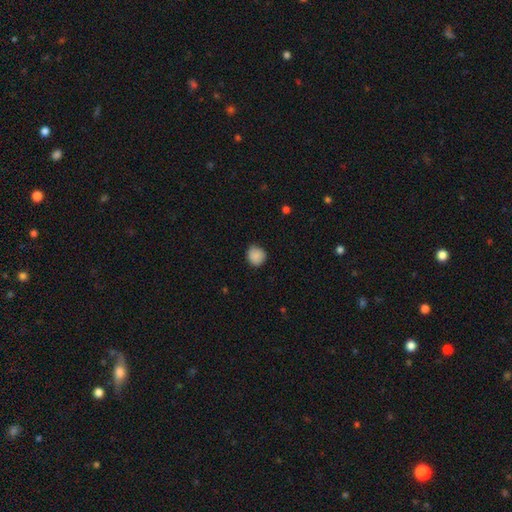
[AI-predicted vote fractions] A smooth galaxy with no disk features (87%) that is round (87%).

Vote fractions:
- Smooth or featured? smooth: 87% / star or artifact: 8% / featured or disk: 5%
- How rounded? round: 87% / in between: 12% / cigar-shaped: 1%
- Merging? none: 80% / minor disturbance: 16% / major disturbance: 3% / merger: 1%